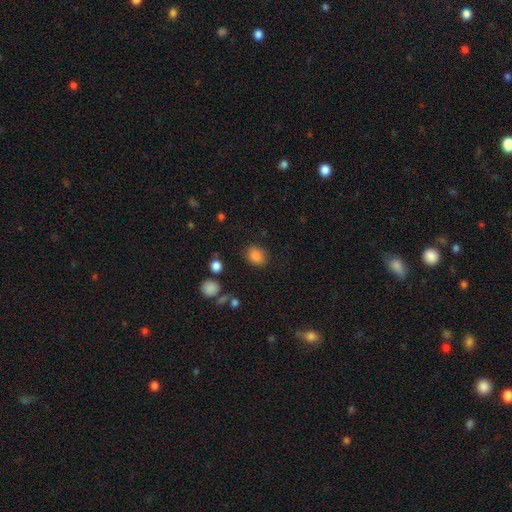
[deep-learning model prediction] This appears to be a smooth galaxy with no disk features (85%) that is round (53%). Merging: none (84%).